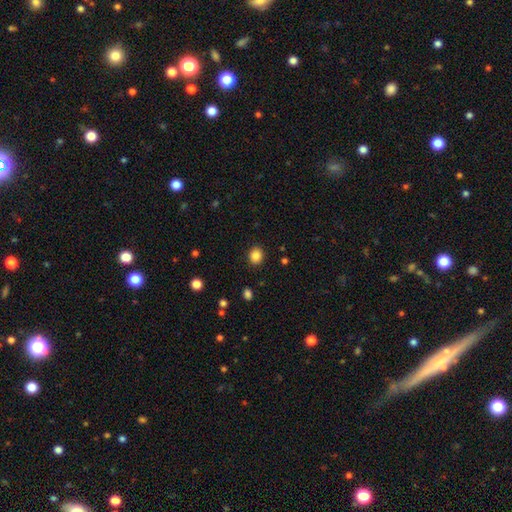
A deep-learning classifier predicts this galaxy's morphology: smooth 86%, star or artifact 10%, featured or disk 4%. Down the decision tree: how rounded — round (68%); merging — none (90%).